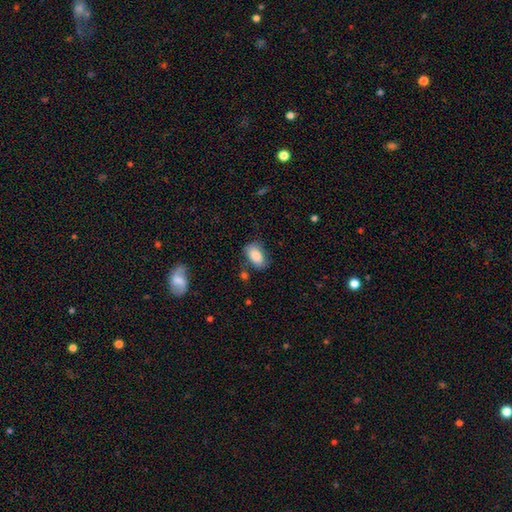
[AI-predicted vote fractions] Overall: smooth (84%). How rounded: in between (92%). Merging: none (68%).